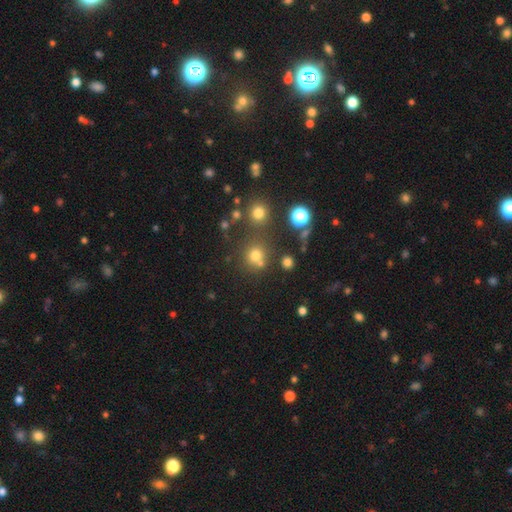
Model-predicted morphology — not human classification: This appears to be a smooth galaxy with no disk features (68%) that is round (88%). Merging: none (64%).